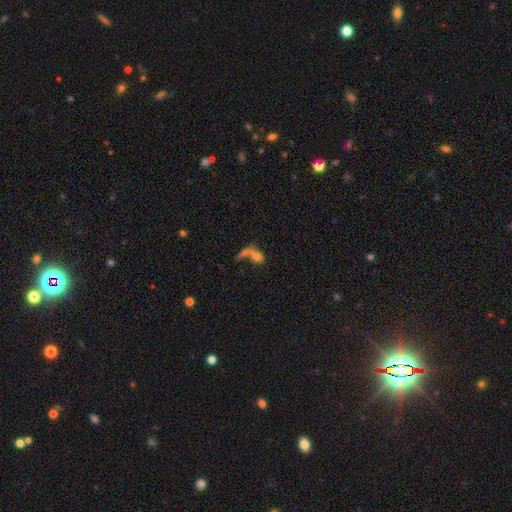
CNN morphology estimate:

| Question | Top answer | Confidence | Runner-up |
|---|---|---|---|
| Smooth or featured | smooth | 55% | featured or disk (28%) |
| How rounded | in between | 55% | round (36%) |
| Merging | merger | 47% | none (25%) |